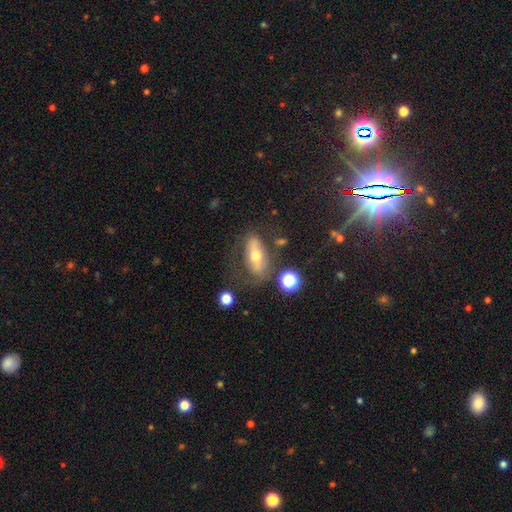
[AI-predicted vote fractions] The model was most divided on "smooth or featured": featured or disk: 49%, smooth: 41%, star or artifact: 10%. More confident: merging — none (61%).